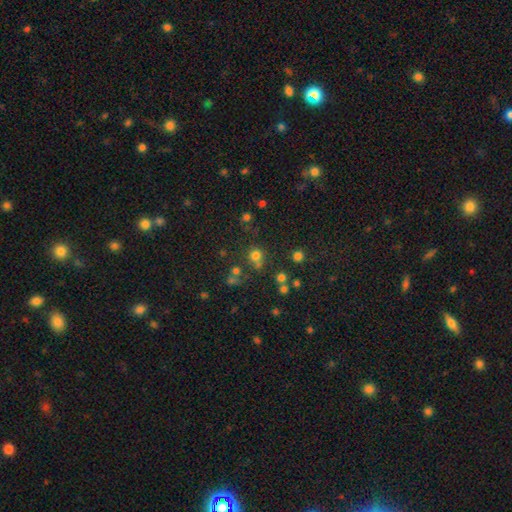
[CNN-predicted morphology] Smooth or featured? smooth (70%)
How rounded? round (90%)
Merging? none (69%)